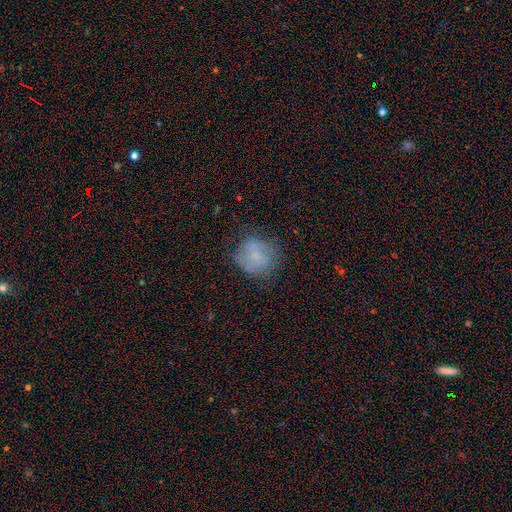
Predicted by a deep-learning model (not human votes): A smooth galaxy with no disk features (62%) that is round (82%).

Vote fractions:
- Smooth or featured? smooth: 62% / featured or disk: 27% / star or artifact: 11%
- How rounded? round: 82% / in between: 17% / cigar-shaped: 1%
- Merging? none: 64% / minor disturbance: 22% / major disturbance: 10% / merger: 4%